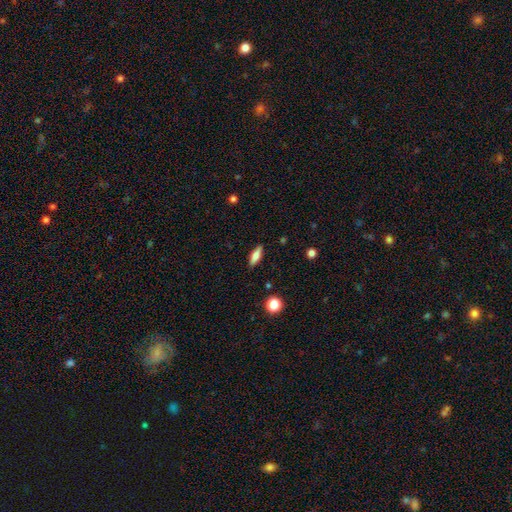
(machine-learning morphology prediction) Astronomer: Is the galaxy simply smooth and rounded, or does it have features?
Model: smooth — 68%.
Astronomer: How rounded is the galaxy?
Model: in between — 58% (runner-up: cigar-shaped, 39%).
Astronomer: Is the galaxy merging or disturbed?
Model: none — 88%.